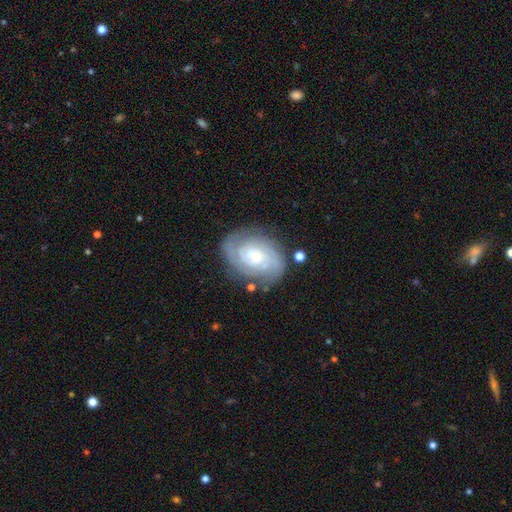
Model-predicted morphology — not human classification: smooth_or_featured: featured or disk (p=0.82) [alt: smooth p=0.12]
disk_edge_on: no (p=0.97) [alt: yes p=0.03]
bar: no (p=0.65) [alt: weak p=0.29]
has_spiral_arms: yes (p=0.95) [alt: no p=0.05]
spiral_winding: tight (p=0.68) [alt: medium p=0.26]
spiral_arm_count: 2 (p=0.51) [alt: can't tell p=0.22]
bulge_size: small (p=0.57) [alt: moderate p=0.33]
merging: none (p=0.76) [alt: minor disturbance p=0.16]